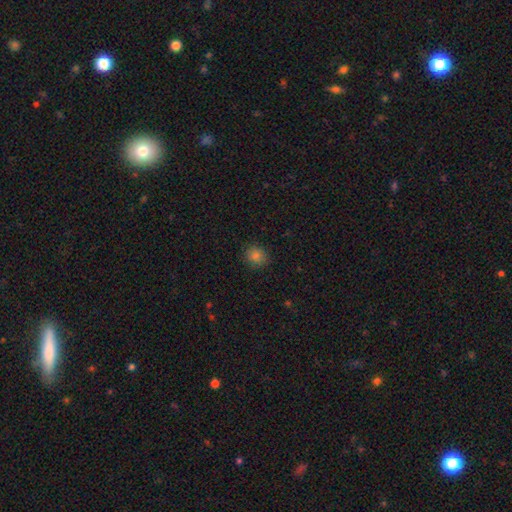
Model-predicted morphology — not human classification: This is clearly a smooth galaxy (82%). How rounded: likely round (77%). Merging: clearly none (88%).